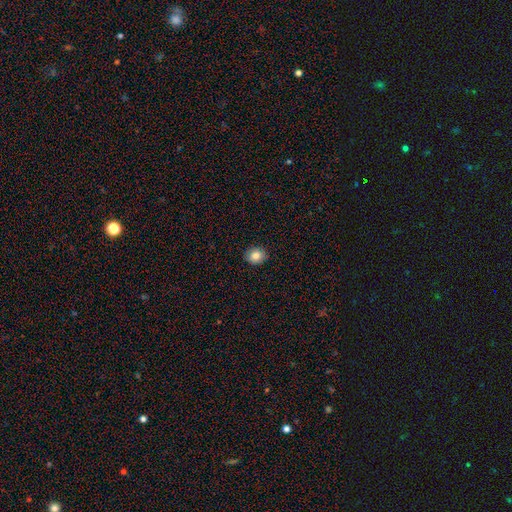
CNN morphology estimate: A smooth galaxy with no disk features (83%) that is round (58%).

Vote fractions:
- Smooth or featured? smooth: 83% / star or artifact: 9% / featured or disk: 9%
- How rounded? round: 58% / in between: 41% / cigar-shaped: 1%
- Merging? none: 89% / minor disturbance: 8% / major disturbance: 2% / merger: 1%